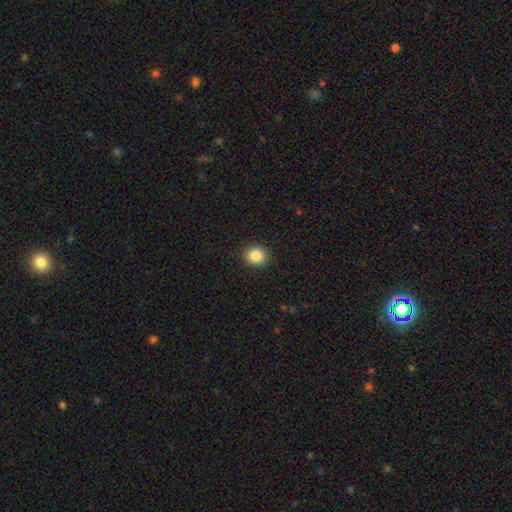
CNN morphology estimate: Smooth or featured? smooth (85%)
How rounded? round (85%)
Merging? none (92%)